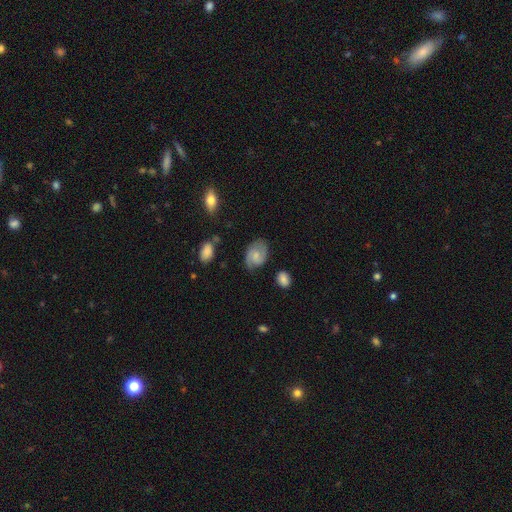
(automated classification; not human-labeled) smooth-or-featured: featured or disk: 60% | smooth: 32% | star or artifact: 8%
  disk-edge-on: no: 97% | yes: 3%
    bar: no: 55% | weak: 39% | strong: 6%
    has-spiral-arms: yes: 91% | no: 9%
      spiral-winding: medium: 46% | tight: 36% | loose: 18%
      spiral-arm-count: 2: 82% | can't tell: 10% | 1: 4% | 3: 2% | 4: 1% | more than 4: 1%
    bulge-size: small: 49% | moderate: 36% | none: 11% | large: 3% | dominant: 1%
  merging: none: 72% | minor disturbance: 20% | major disturbance: 6% | merger: 2%